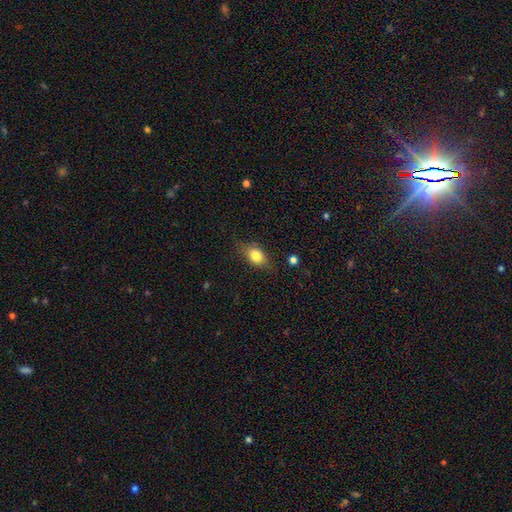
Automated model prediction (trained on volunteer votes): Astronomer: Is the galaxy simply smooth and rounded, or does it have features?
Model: smooth — 77%.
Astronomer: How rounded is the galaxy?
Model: in between — 69%.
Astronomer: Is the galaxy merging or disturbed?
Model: none — 71%.